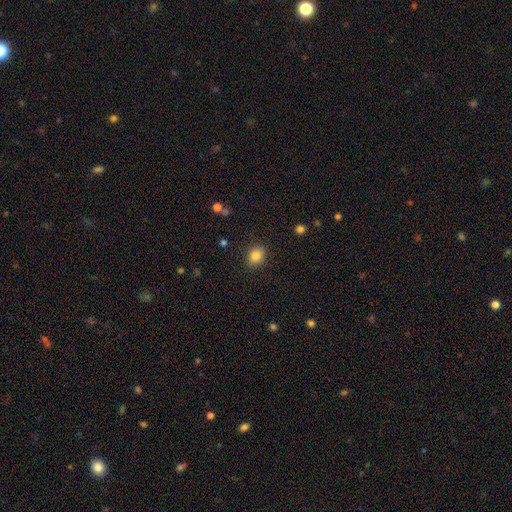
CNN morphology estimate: Smooth or featured?
  - smooth: 83% *
  - star or artifact: 10%
  - featured or disk: 7%
How rounded?
  - round: 54% *
  - in between: 45%
  - cigar-shaped: 1%
Merging?
  - none: 88% *
  - minor disturbance: 8%
  - major disturbance: 2%
  - merger: 1%